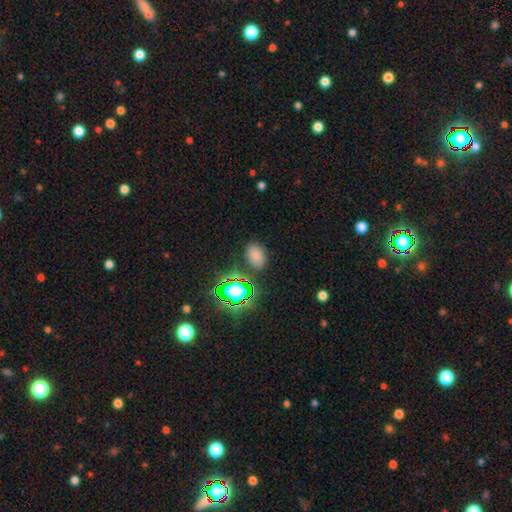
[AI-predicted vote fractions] Smooth or featured?
  - smooth: 67% *
  - star or artifact: 24%
  - featured or disk: 9%
How rounded?
  - in between: 80% *
  - round: 18%
  - cigar-shaped: 1%
Merging?
  - none: 81% *
  - minor disturbance: 12%
  - major disturbance: 4%
  - merger: 4%